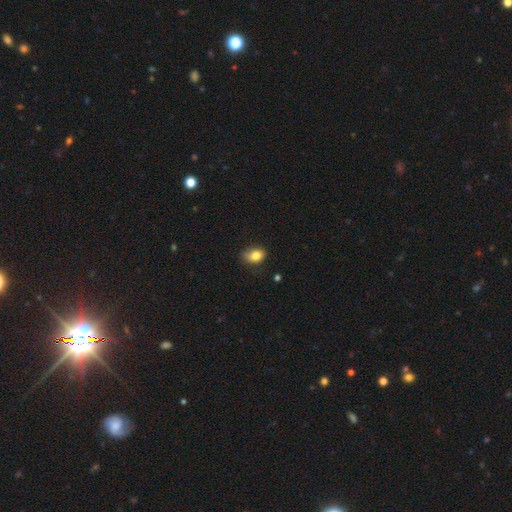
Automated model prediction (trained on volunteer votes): This is clearly a smooth galaxy (82%). How rounded: likely in between (72%). Merging: likely none (63%).